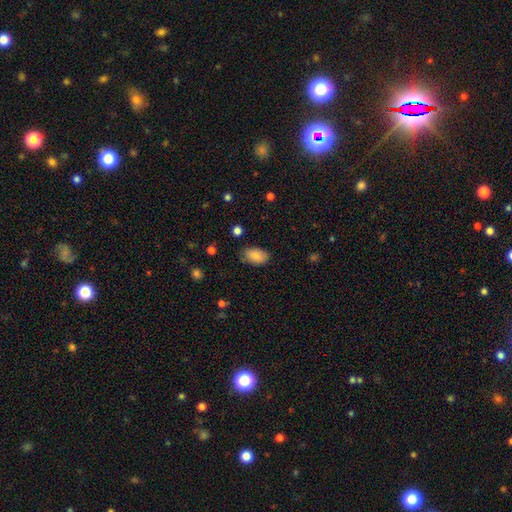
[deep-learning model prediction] smooth-or-featured: smooth: 85% | featured or disk: 8% | star or artifact: 7%
  how-rounded: in between: 92% | round: 6% | cigar-shaped: 1%
  merging: none: 79% | minor disturbance: 16% | major disturbance: 3% | merger: 1%